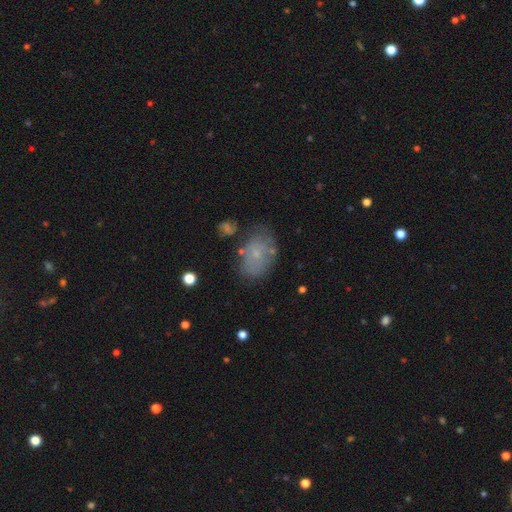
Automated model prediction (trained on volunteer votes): A smooth galaxy with no disk features (57%) that is in between round and cigar-shaped (81%).

Vote fractions:
- Smooth or featured? smooth: 57% / featured or disk: 32% / star or artifact: 12%
- How rounded? in between: 81% / round: 17% / cigar-shaped: 1%
- Merging? none: 59% / minor disturbance: 24% / major disturbance: 10% / merger: 7%